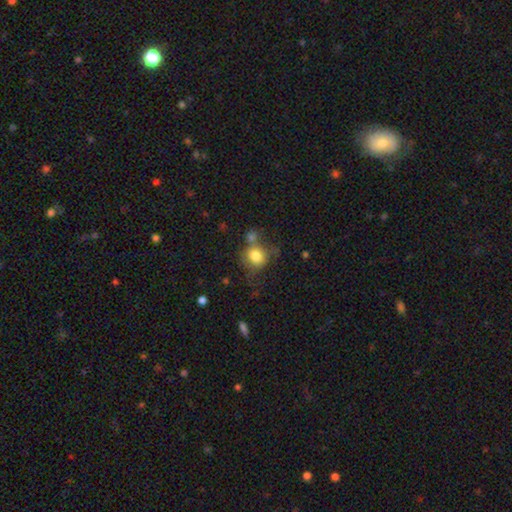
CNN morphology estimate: smooth-or-featured: smooth: 78% | featured or disk: 12% | star or artifact: 11%
  how-rounded: round: 72% | in between: 27% | cigar-shaped: 1%
  merging: none: 51% | merger: 20% | minor disturbance: 19% | major disturbance: 10%